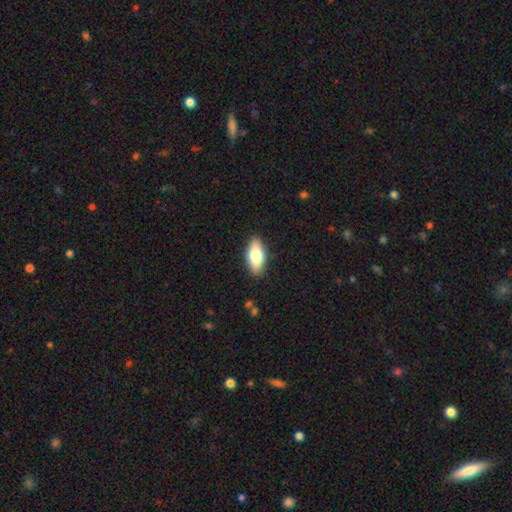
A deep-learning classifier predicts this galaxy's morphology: Smooth or featured? smooth (73%)
How rounded? in between (85%)
Merging? none (88%)